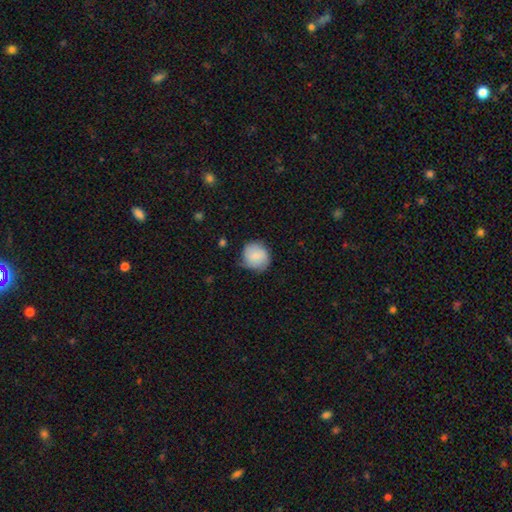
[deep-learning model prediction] smooth 78%, featured or disk 16%, star or artifact 7%. Down the decision tree: how rounded — round (86%); merging — none (65%).